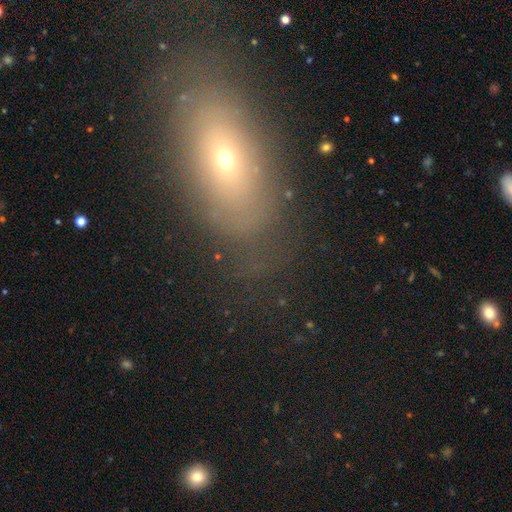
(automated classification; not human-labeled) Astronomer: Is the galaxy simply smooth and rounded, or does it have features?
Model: smooth — 47% (runner-up: featured or disk, 35%).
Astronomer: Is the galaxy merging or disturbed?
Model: none — 75%.